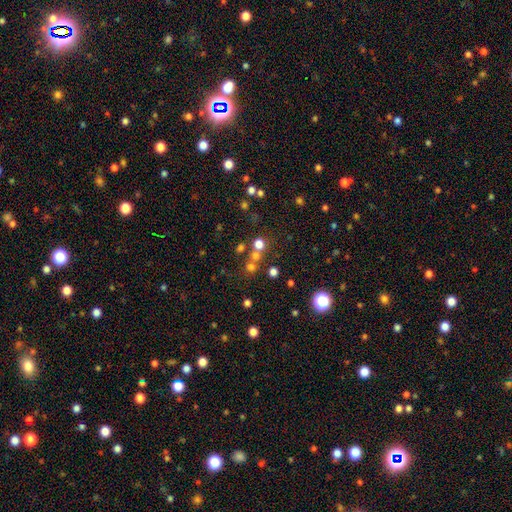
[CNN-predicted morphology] Smooth or featured?
  - smooth: 52% *
  - star or artifact: 36%
  - featured or disk: 12%
How rounded?
  - round: 88% *
  - in between: 11%
  - cigar-shaped: 1%
Merging?
  - none: 60% *
  - merger: 29%
  - minor disturbance: 7%
  - major disturbance: 4%